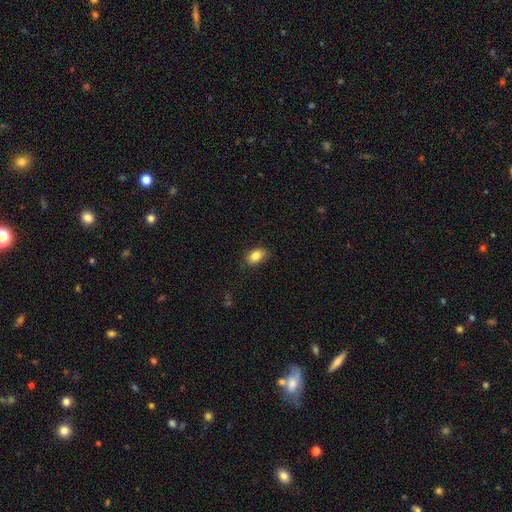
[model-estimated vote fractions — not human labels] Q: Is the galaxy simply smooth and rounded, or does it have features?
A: smooth — 84%.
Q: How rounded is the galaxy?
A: in between — 85%.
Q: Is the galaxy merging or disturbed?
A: none — 83%.